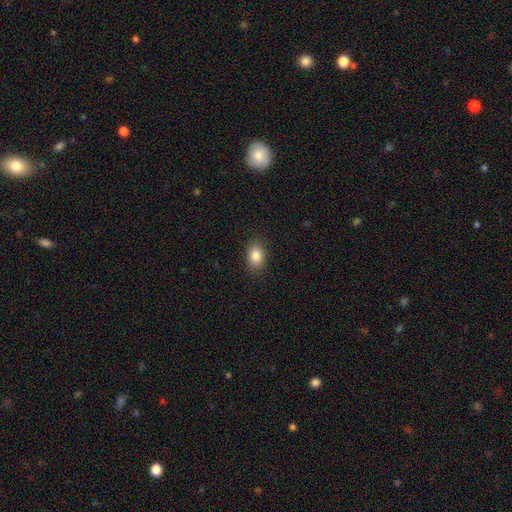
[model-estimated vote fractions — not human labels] smooth_or_featured: smooth (p=0.85) [alt: star or artifact p=0.09]
how_rounded: in between (p=0.78) [alt: round p=0.21]
merging: none (p=0.88) [alt: minor disturbance p=0.09]